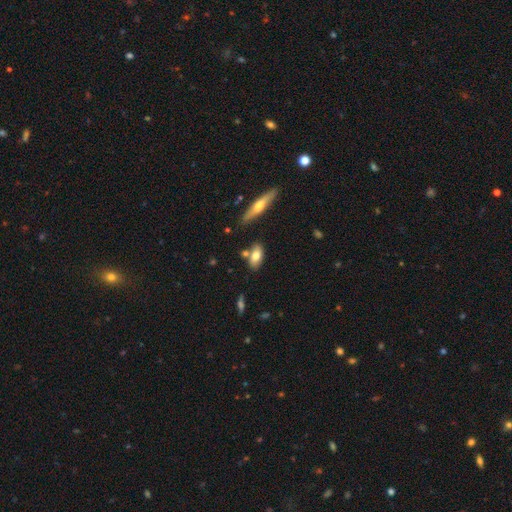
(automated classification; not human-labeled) This is likely a smooth galaxy (72%). How rounded: clearly in between (85%). Merging: likely none (72%).